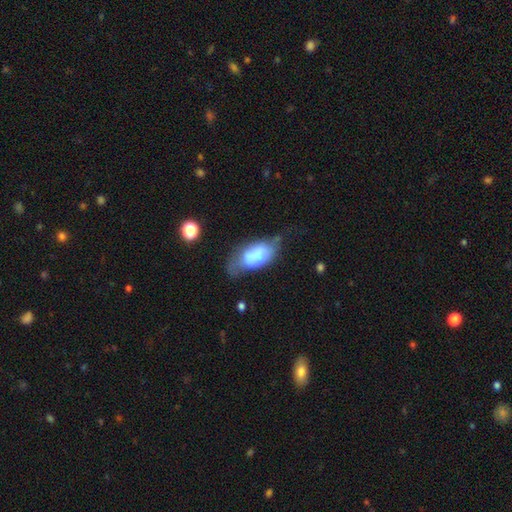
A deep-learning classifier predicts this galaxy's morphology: The model was most divided on "merging": minor disturbance: 31%, none: 29%, major disturbance: 27%, merger: 13%. More confident: how rounded — in between (92%); smooth or featured — smooth (62%).